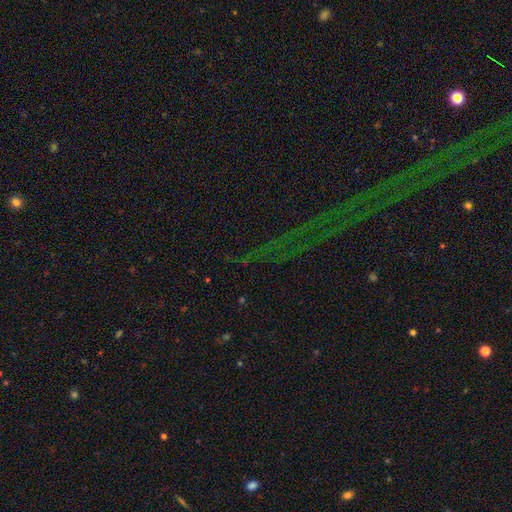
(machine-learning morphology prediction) star or artifact 80%, featured or disk 10%, smooth 10%.